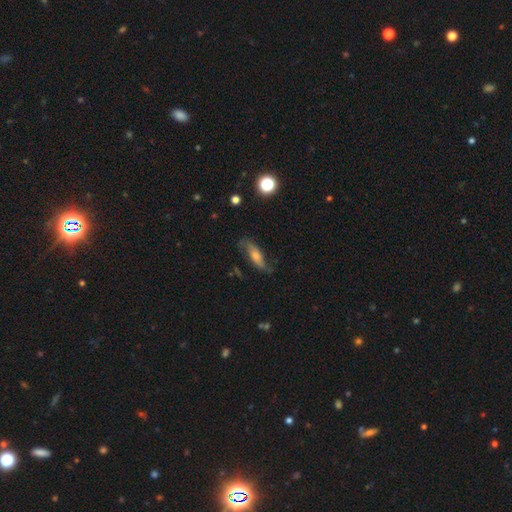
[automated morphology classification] smooth_or_featured: featured or disk (p=0.59) [alt: smooth p=0.31]
disk_edge_on: no (p=0.71) [alt: yes p=0.29]
merging: none (p=0.68) [alt: minor disturbance p=0.21]